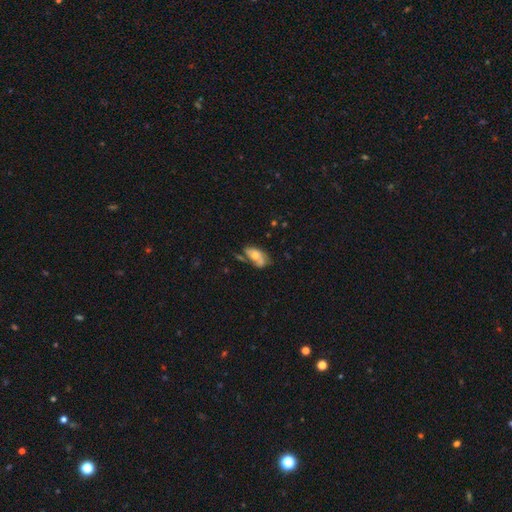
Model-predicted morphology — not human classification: Smooth or featured: smooth — 56% (featured or disk — 36%)
How rounded: in between — 91% (cigar-shaped — 5%)
Merging: none — 40% (minor disturbance — 28%)